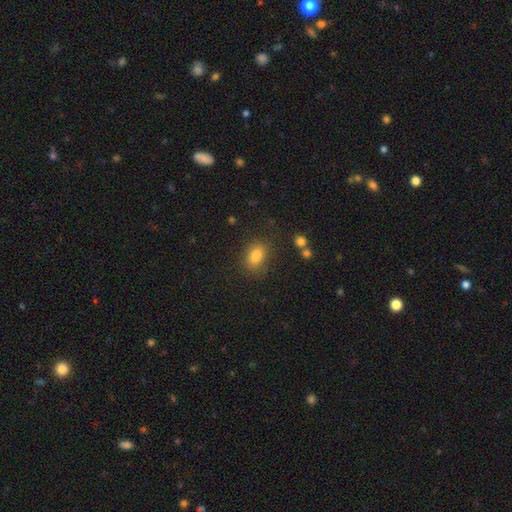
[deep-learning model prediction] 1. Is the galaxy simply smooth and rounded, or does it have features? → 84% smooth, 10% star or artifact, 6% featured or disk.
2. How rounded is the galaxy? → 81% in between, 17% round, 2% cigar-shaped.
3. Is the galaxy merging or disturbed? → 80% none, 13% minor disturbance, 4% major disturbance, 3% merger.